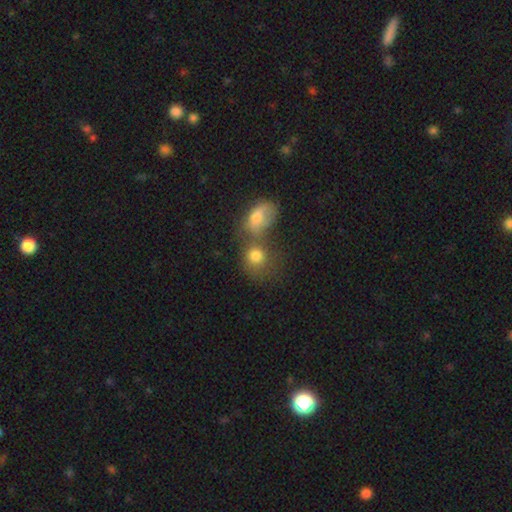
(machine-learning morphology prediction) smooth 77%, featured or disk 12%, star or artifact 11%. Down the decision tree: how rounded — round (66%); merging — merger (52%).